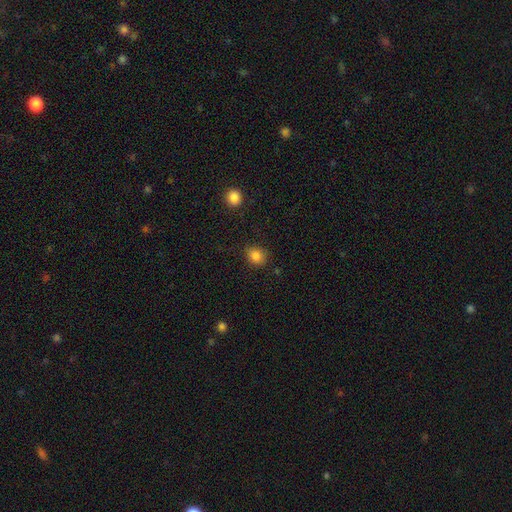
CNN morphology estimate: Overall: smooth (85%). How rounded: round (66%; in between 33%). Merging: none (80%).